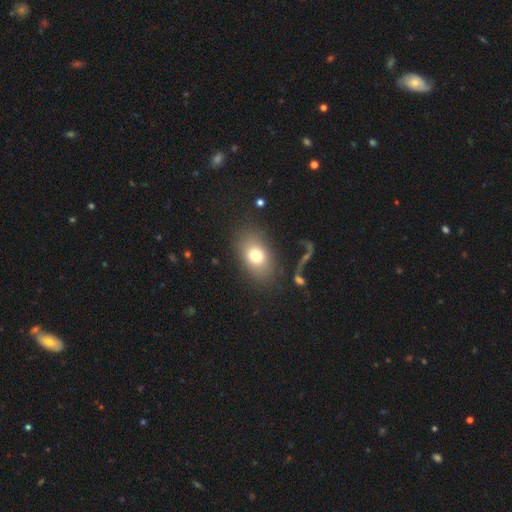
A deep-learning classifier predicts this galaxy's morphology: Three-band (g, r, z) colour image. It shows a smooth galaxy with no disk features (75%) that is in between round and cigar-shaped (77%). Merging: none (77%).